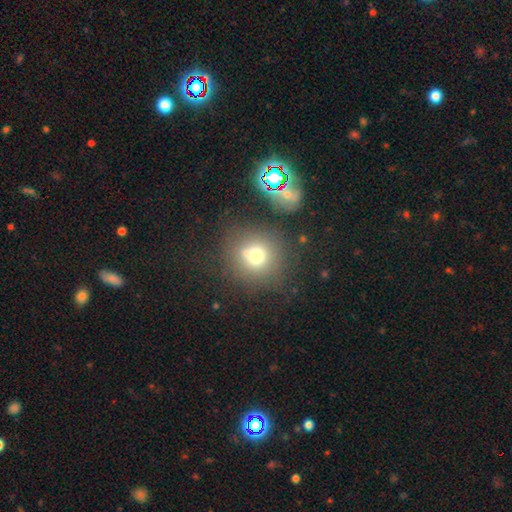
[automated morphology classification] This appears to be a smooth galaxy with no disk features (69%) that is round (90%). Merging: none (69%).